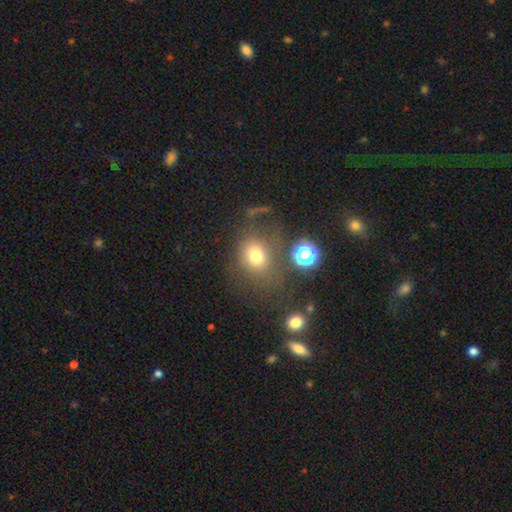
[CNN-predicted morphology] smooth-or-featured: smooth: 71% | star or artifact: 17% | featured or disk: 12%
  how-rounded: round: 60% | in between: 38% | cigar-shaped: 1%
  merging: none: 59% | minor disturbance: 17% | major disturbance: 15% | merger: 9%